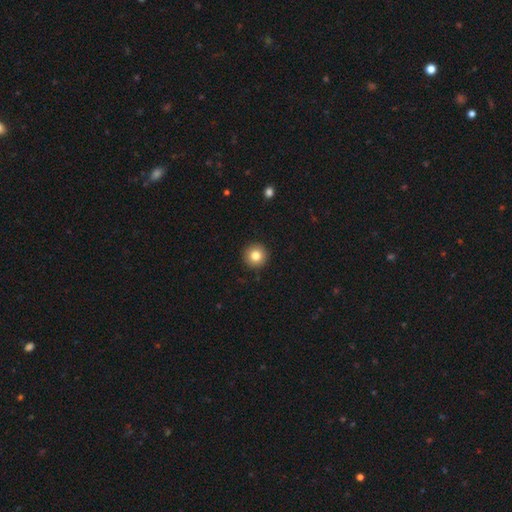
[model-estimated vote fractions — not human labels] Q: Smooth or featured?
A: smooth (81%); runner-up: star or artifact (10%)
Q: How rounded?
A: round (96%); runner-up: in between (3%)
Q: Merging?
A: none (92%); runner-up: minor disturbance (5%)